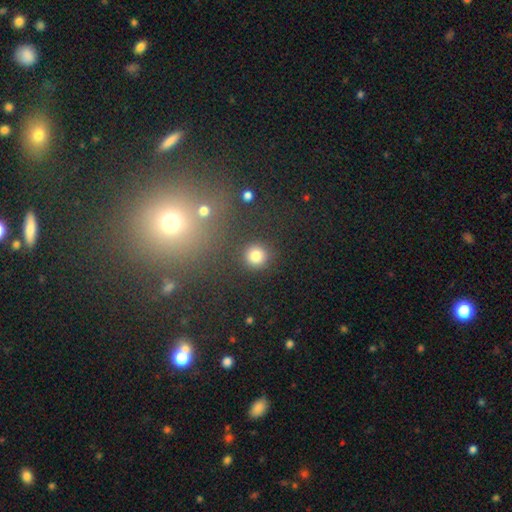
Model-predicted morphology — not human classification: Smooth or featured: smooth — 82% (star or artifact — 13%)
How rounded: round — 93% (in between — 6%)
Merging: none — 88% (minor disturbance — 6%)